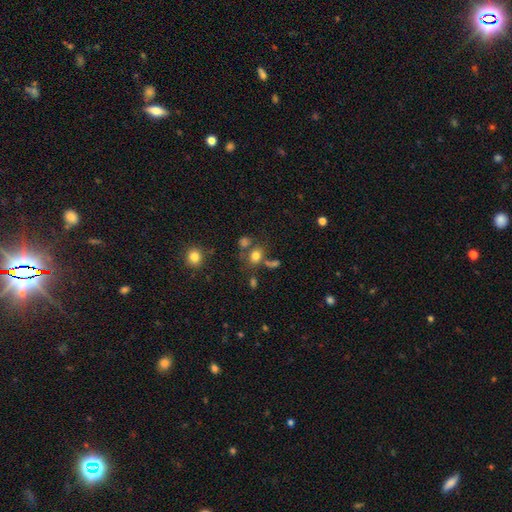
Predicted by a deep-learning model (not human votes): A smooth galaxy with no disk features (73%) that is round (54%).

Vote fractions:
- Smooth or featured? smooth: 73% / star or artifact: 16% / featured or disk: 11%
- How rounded? round: 54% / in between: 45% / cigar-shaped: 1%
- Merging? none: 56% / merger: 23% / minor disturbance: 14% / major disturbance: 8%